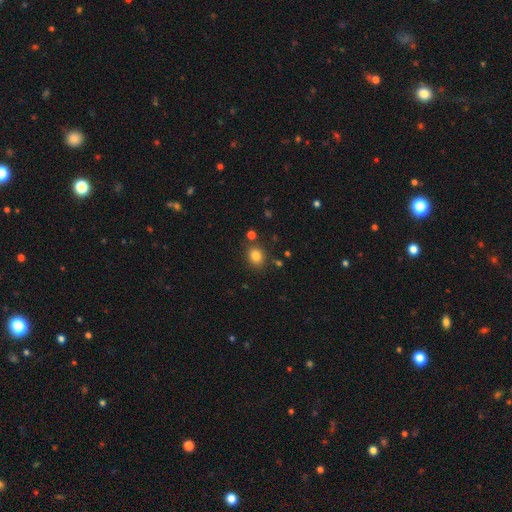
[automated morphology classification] Smooth or featured?
  - smooth: 82% *
  - star or artifact: 12%
  - featured or disk: 6%
How rounded?
  - round: 55% *
  - in between: 44%
  - cigar-shaped: 1%
Merging?
  - none: 81% *
  - minor disturbance: 10%
  - merger: 5%
  - major disturbance: 3%